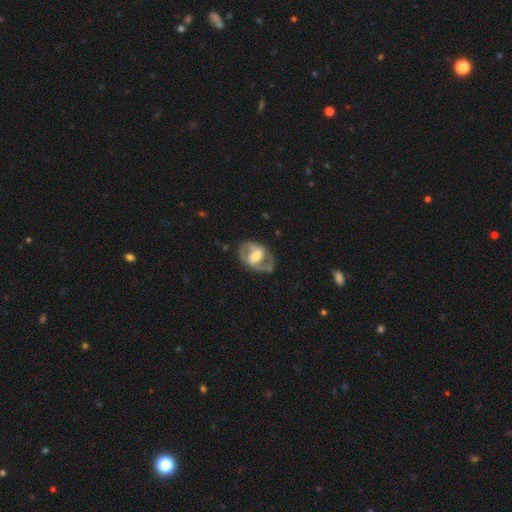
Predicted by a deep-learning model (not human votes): Smooth or featured? Predicted: featured or disk (p=0.74). Edge-on disk? Predicted: no (p=0.95). Bar? Predicted: weak (p=0.41). Spiral arms? Predicted: yes (p=0.76). Spiral winding? Predicted: medium (p=0.51). Spiral arm count? Predicted: 2 (p=0.83). Bulge size? Predicted: moderate (p=0.53). Merging? Predicted: none (p=0.71).